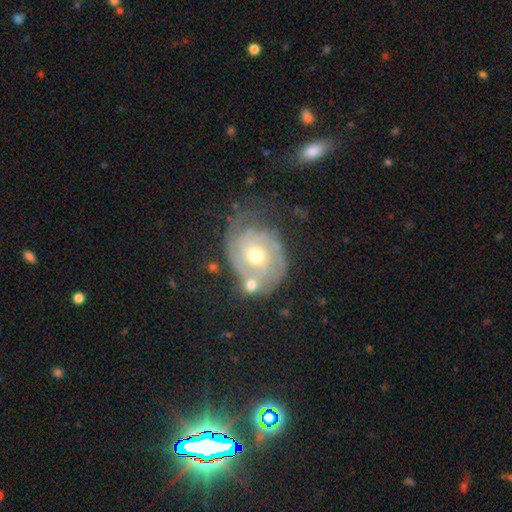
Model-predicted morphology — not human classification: Smooth or featured: featured or disk — 78% (smooth — 15%)
Edge-on disk: no — 97% (yes — 3%)
Bar: no — 74% (weak — 22%)
Spiral arms: yes — 90% (no — 10%)
Spiral winding: tight — 59% (medium — 31%)
Spiral arm count: 2 — 41% (can't tell — 29%)
Bulge size: moderate — 60% (small — 35%)
Merging: none — 47% (minor disturbance — 24%)